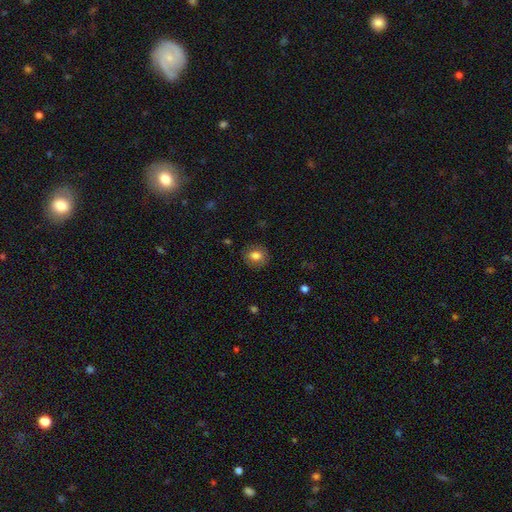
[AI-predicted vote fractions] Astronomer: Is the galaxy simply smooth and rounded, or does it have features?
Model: smooth — 80%.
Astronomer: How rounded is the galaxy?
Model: round — 74%.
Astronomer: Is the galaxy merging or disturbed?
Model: none — 86%.